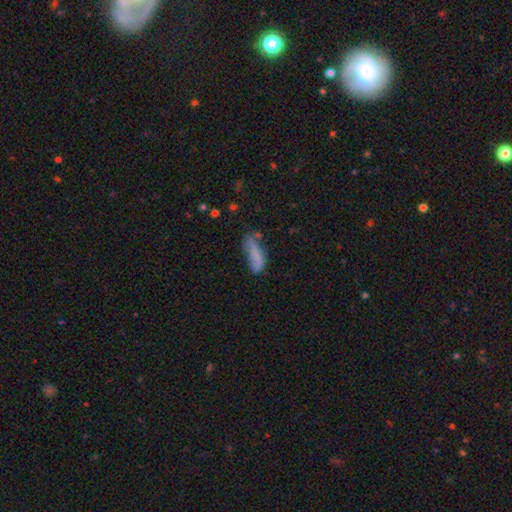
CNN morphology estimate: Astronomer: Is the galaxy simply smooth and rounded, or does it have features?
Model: smooth — 72%.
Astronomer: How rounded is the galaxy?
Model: cigar-shaped — 51% (runner-up: in between, 47%).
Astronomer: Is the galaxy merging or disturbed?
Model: none — 44% (runner-up: minor disturbance, 32%).